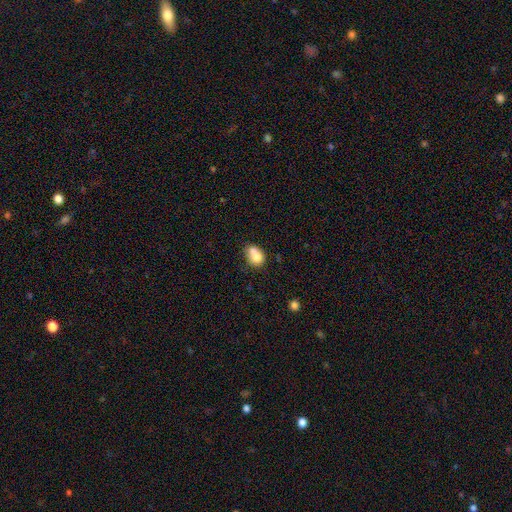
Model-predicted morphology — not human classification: This is likely a smooth galaxy (74%). How rounded: possibly in between (59%). Merging: possibly merger (46%).